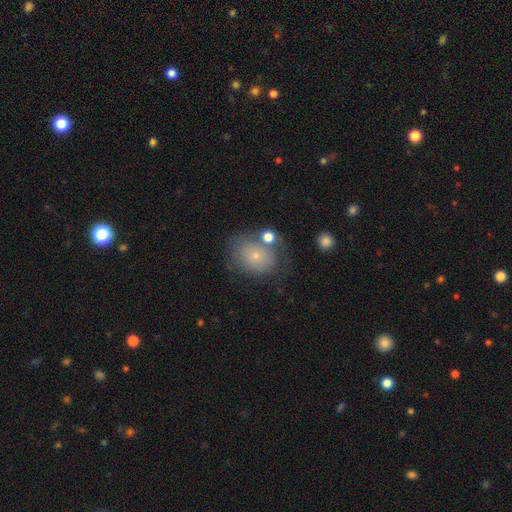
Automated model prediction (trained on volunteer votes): The model was most divided on "how rounded": round: 51%, in between: 48%, cigar-shaped: 1%. More confident: smooth or featured — smooth (69%); merging — none (59%).